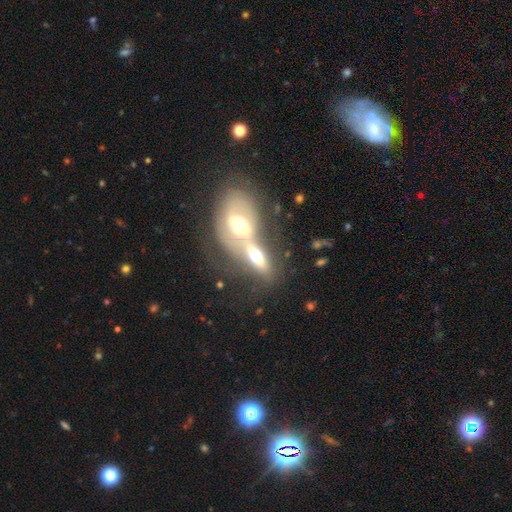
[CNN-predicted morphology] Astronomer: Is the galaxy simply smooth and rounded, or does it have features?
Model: smooth — 46%, tied with featured or disk at 46%.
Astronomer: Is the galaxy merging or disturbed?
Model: merger — 70%.